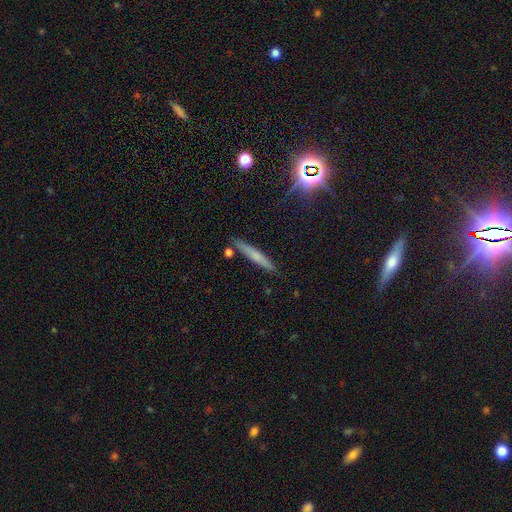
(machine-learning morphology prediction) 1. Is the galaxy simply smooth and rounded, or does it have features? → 54% smooth, 35% featured or disk, 11% star or artifact.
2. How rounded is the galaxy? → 93% cigar-shaped, 5% in between, 2% round.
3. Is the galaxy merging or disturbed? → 85% none, 9% minor disturbance, 4% merger, 2% major disturbance.